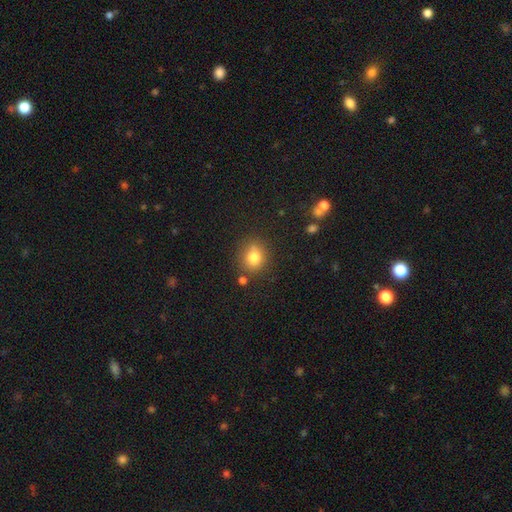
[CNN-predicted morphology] smooth-or-featured: smooth: 78% | star or artifact: 14% | featured or disk: 8%
  how-rounded: round: 75% | in between: 24% | cigar-shaped: 1%
  merging: none: 80% | minor disturbance: 11% | merger: 5% | major disturbance: 3%